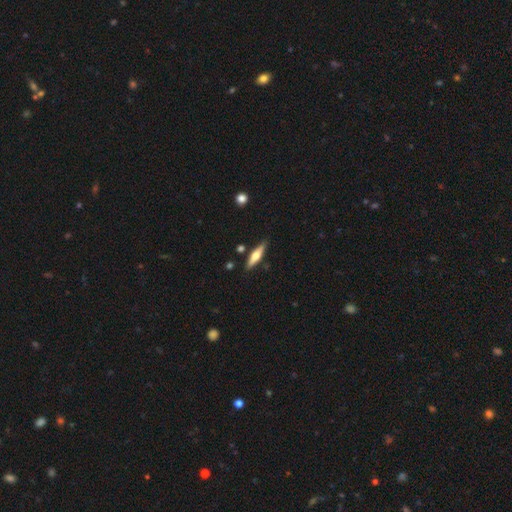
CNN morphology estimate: Smooth or featured? featured or disk (50%)
Merging? none (84%)